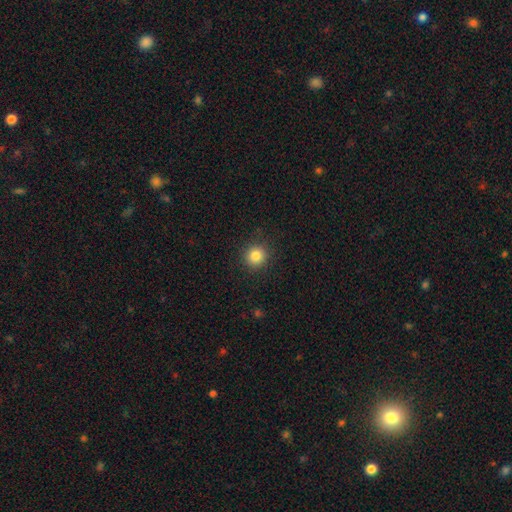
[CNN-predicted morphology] Overall: smooth (84%). How rounded: round (92%). Merging: none (91%).